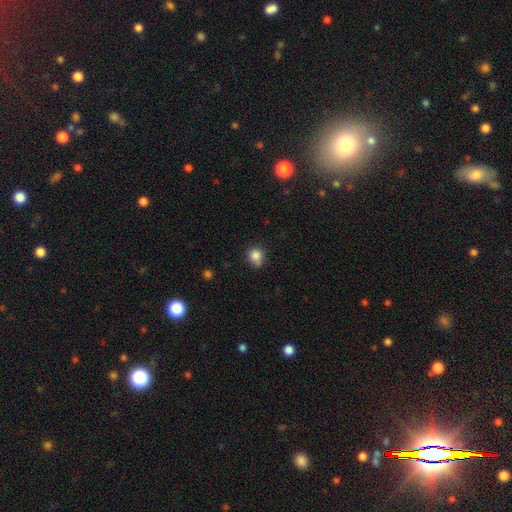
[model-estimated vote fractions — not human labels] Morphology: type=smooth (84%); roundness=round (88%); merging=none (69%).